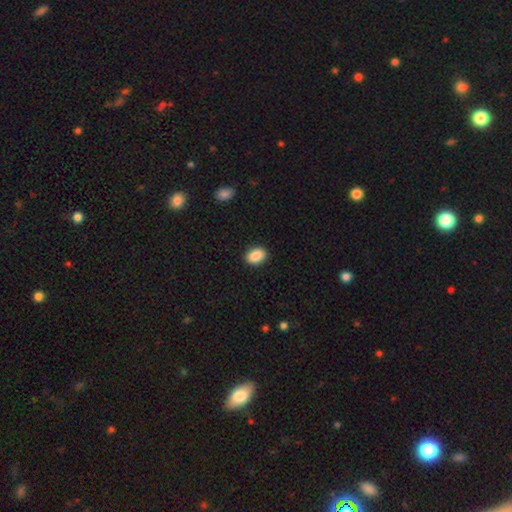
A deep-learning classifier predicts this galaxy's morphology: Smooth or featured: smooth — 89% (star or artifact — 8%)
How rounded: in between — 75% (round — 24%)
Merging: none — 90% (minor disturbance — 7%)